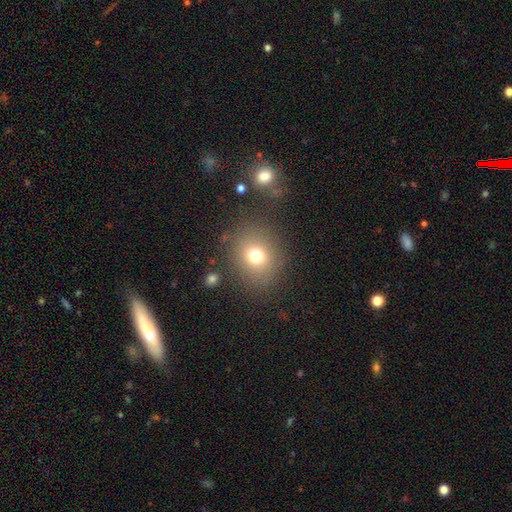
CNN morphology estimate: Smooth or featured: smooth — 73% (star or artifact — 16%)
How rounded: round — 77% (in between — 22%)
Merging: none — 82% (minor disturbance — 9%)